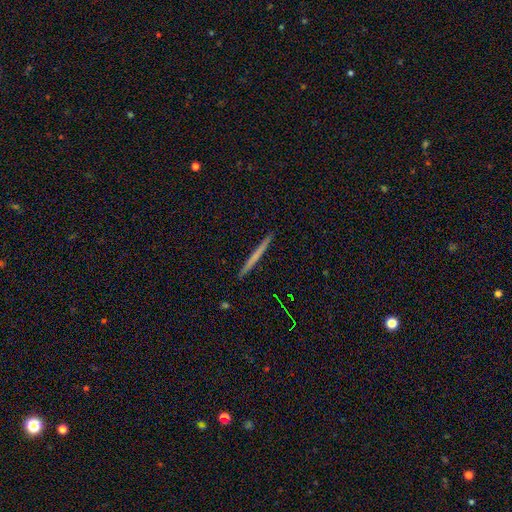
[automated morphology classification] smooth-or-featured: smooth: 50% | featured or disk: 44% | star or artifact: 6%
  how-rounded: cigar-shaped: 97% | in between: 2% | round: 2%
  merging: none: 93% | minor disturbance: 5% | major disturbance: 1% | merger: 1%